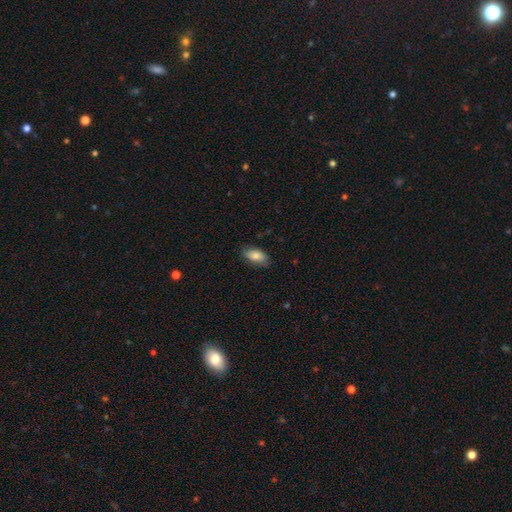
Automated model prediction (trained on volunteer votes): Smooth or featured? smooth (80%)
How rounded? in between (91%)
Merging? none (78%)